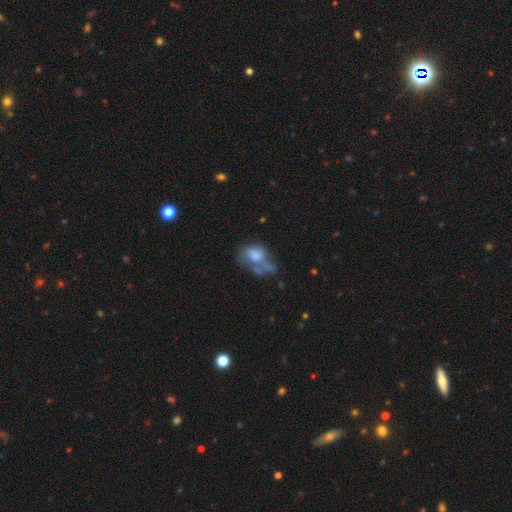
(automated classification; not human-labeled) This is possibly a smooth galaxy (56%). How rounded: likely in between (72%). Merging: marginally major disturbance (31%).